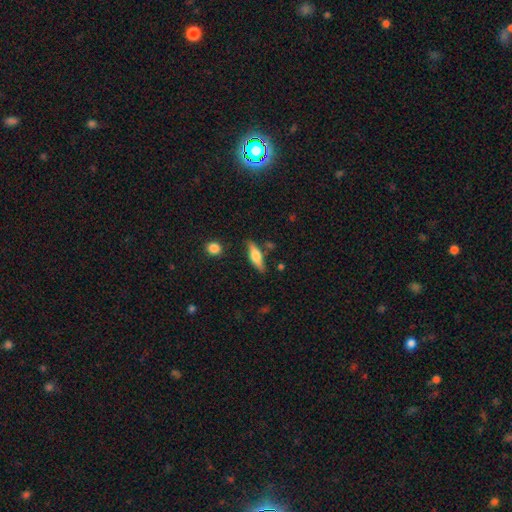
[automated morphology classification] Smooth or featured? Predicted: smooth (p=0.56). How rounded? Predicted: cigar-shaped (p=0.50). Merging? Predicted: none (p=0.78).